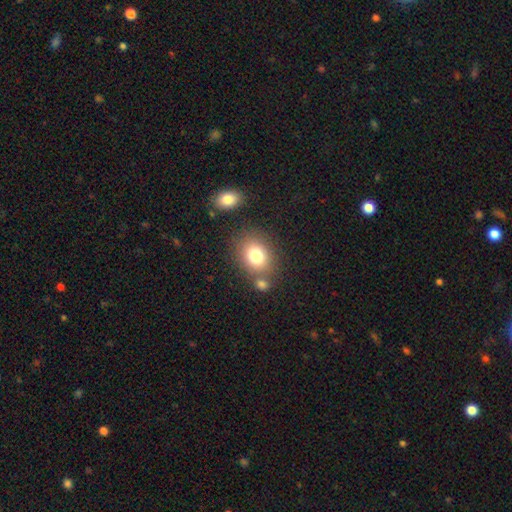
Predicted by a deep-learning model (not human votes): Morphology: type=smooth (78%); roundness=in between (52%); merging=none (66%).